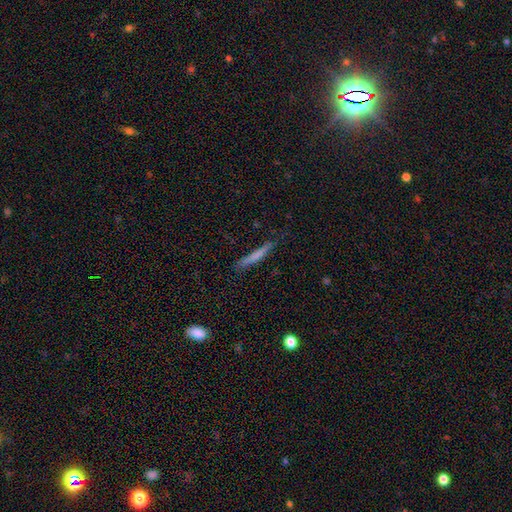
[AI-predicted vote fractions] smooth_or_featured: smooth (p=0.64) [alt: featured or disk p=0.29]
how_rounded: cigar-shaped (p=0.95) [alt: in between p=0.03]
merging: none (p=0.81) [alt: minor disturbance p=0.14]